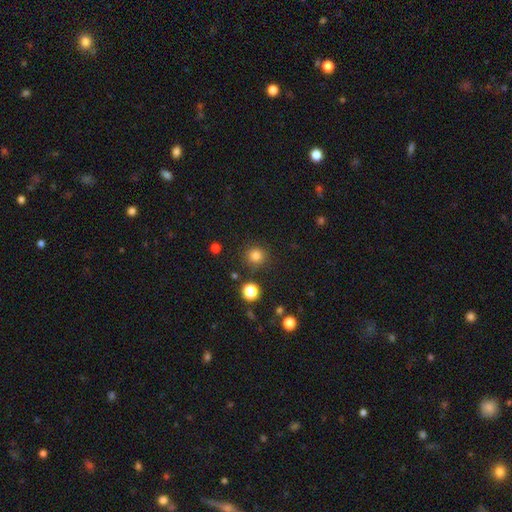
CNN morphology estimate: A smooth galaxy with no disk features (81%) that is round (93%). Merging: none (88%).